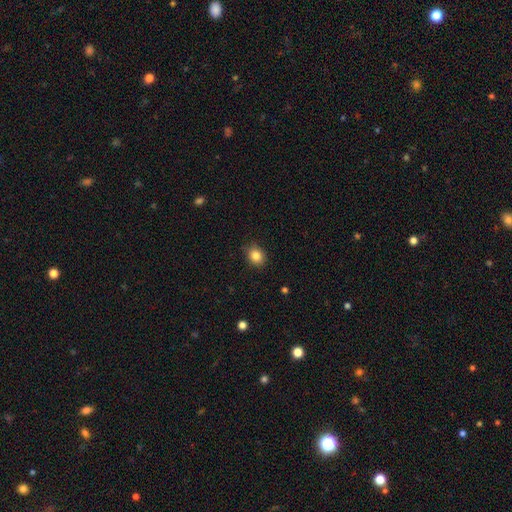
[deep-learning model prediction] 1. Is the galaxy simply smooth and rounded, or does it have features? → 84% smooth, 10% star or artifact, 6% featured or disk.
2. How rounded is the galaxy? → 58% round, 41% in between, 1% cigar-shaped.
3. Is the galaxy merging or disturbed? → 85% none, 12% minor disturbance, 2% major disturbance, 1% merger.